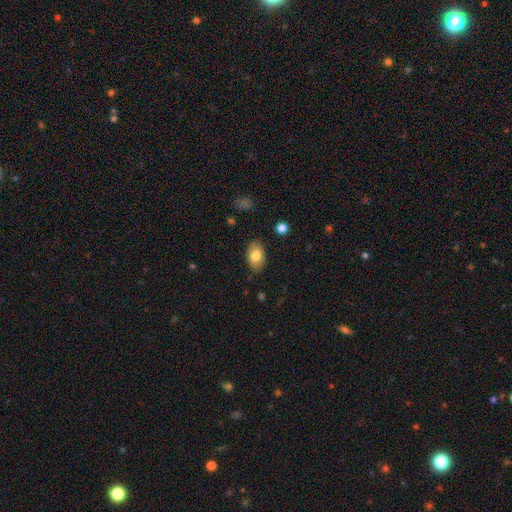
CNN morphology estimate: This appears to be a smooth galaxy with no disk features (77%) that is in between round and cigar-shaped (89%). Merging: none (86%).